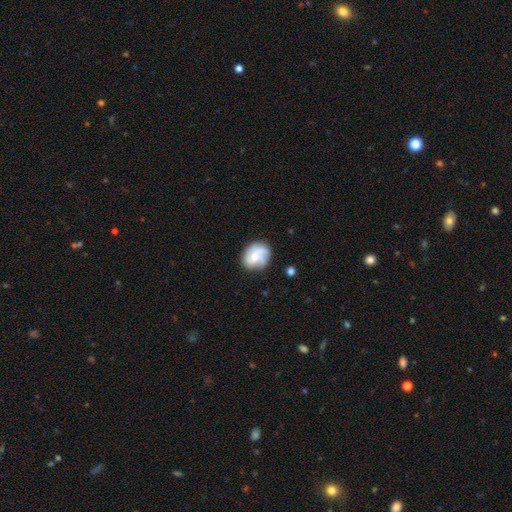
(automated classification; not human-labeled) This appears to be a featured or disk galaxy (56%) with no bar (70%), spiral arms (82%) and a moderate central bulge (48%). Merging: none (64%).